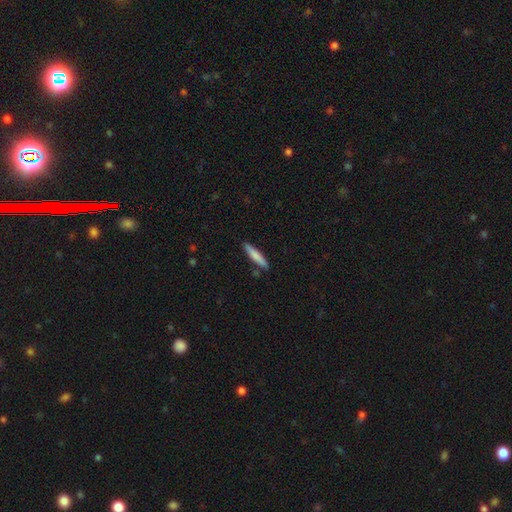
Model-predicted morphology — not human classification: The model was most divided on "smooth or featured": smooth: 78%, featured or disk: 17%, star or artifact: 5%. More confident: how rounded — cigar-shaped (90%); merging — none (87%).